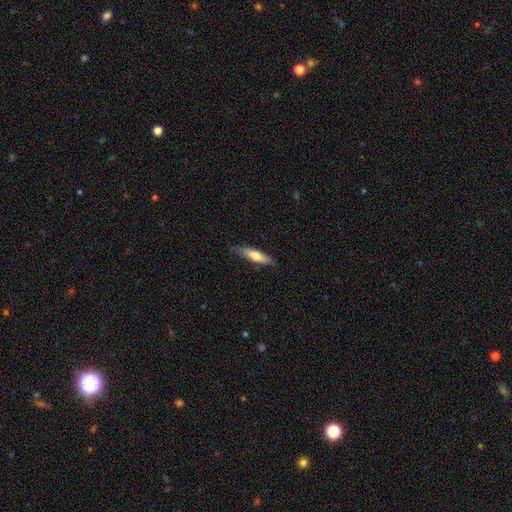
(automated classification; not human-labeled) Smooth or featured? smooth (68%)
How rounded? cigar-shaped (68%)
Merging? none (77%)